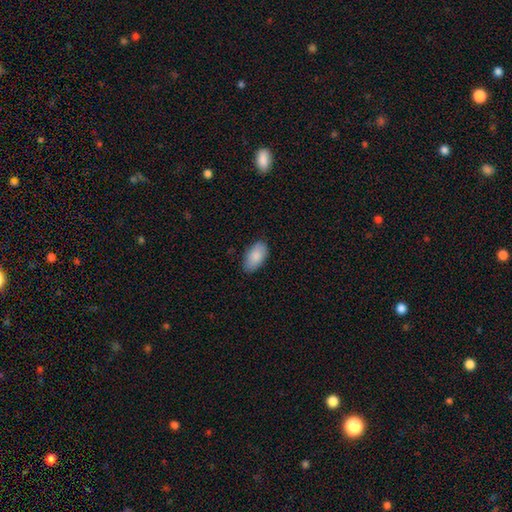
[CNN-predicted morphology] Overall: smooth (87%). How rounded: in between (95%). Merging: none (84%).